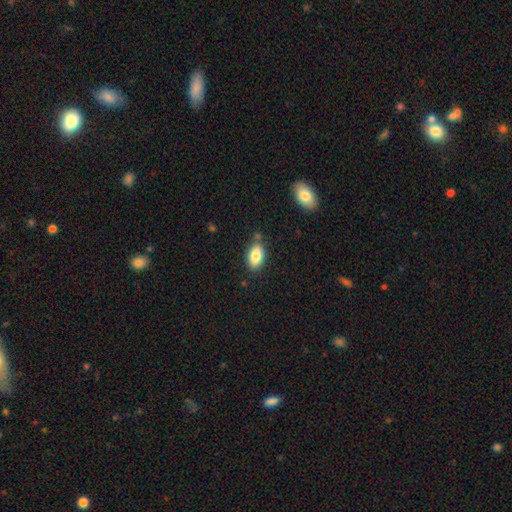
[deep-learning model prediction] This appears to be a smooth galaxy with no disk features (84%) that is in between round and cigar-shaped (92%). Merging: none (78%).